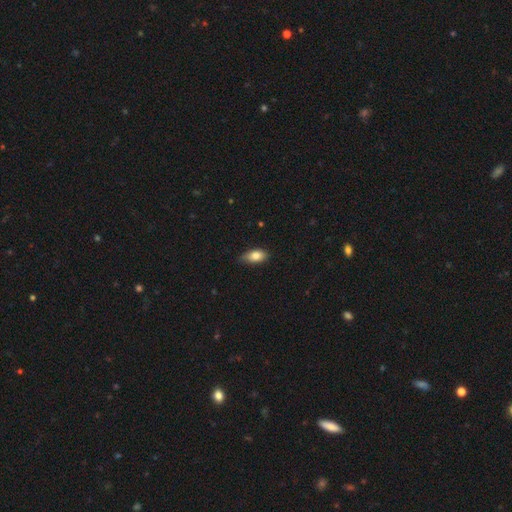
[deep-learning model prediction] This appears to be a smooth galaxy with no disk features (81%) that is in between round and cigar-shaped (88%). Merging: none (66%).